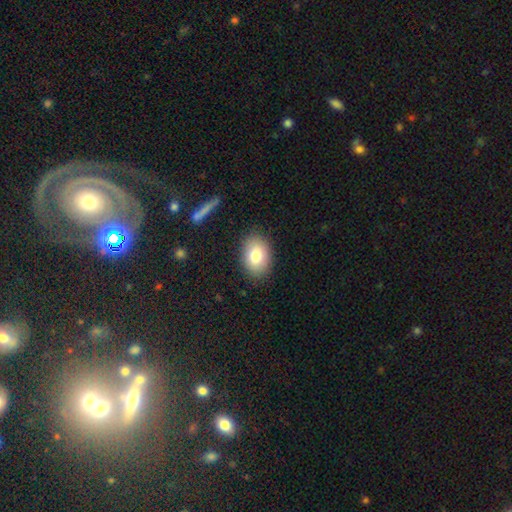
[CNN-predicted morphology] Q: Smooth or featured?
A: smooth (79%); runner-up: featured or disk (13%)
Q: How rounded?
A: in between (79%); runner-up: round (20%)
Q: Merging?
A: none (86%); runner-up: minor disturbance (10%)